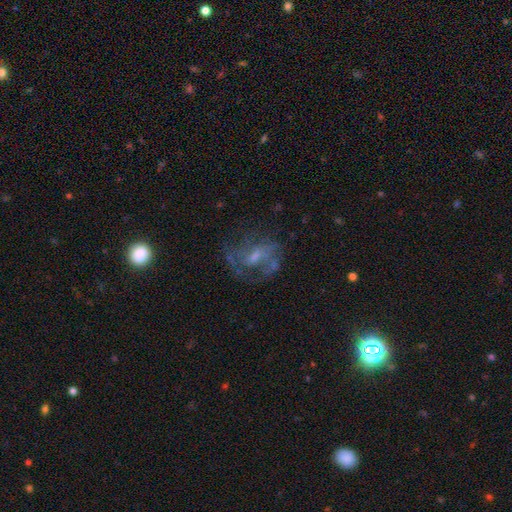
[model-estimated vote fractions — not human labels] Smooth or featured?
  - featured or disk: 67% *
  - smooth: 18%
  - star or artifact: 15%
Edge-on disk?
  - no: 96% *
  - yes: 4%
Bar?
  - weak: 45% *
  - no: 42%
  - strong: 12%
Spiral arms?
  - yes: 69% *
  - no: 31%
Bulge size?
  - small: 44% *
  - moderate: 33%
  - none: 18%
  - large: 3%
  - dominant: 1%
Merging?
  - none: 53% *
  - major disturbance: 24%
  - minor disturbance: 18%
  - merger: 4%